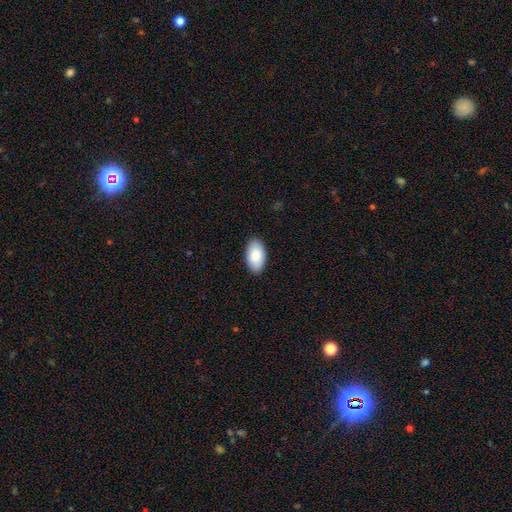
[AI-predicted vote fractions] This appears to be a smooth galaxy with no disk features (86%) that is in between round and cigar-shaped (96%). Merging: none (88%).